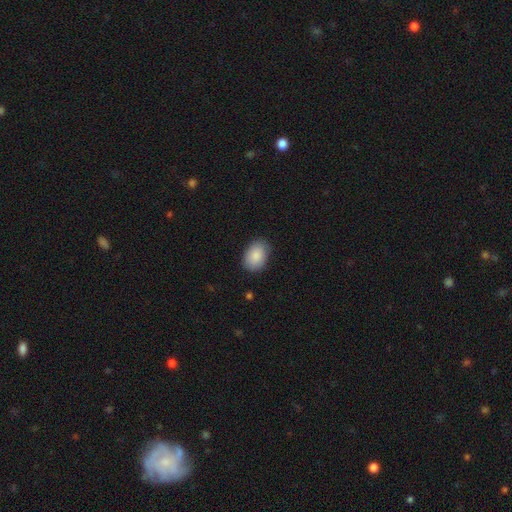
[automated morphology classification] type=smooth (88%); roundness=in between (84%); merging=none (84%).